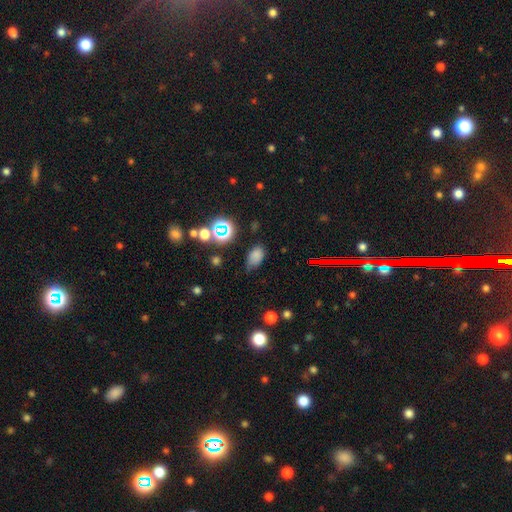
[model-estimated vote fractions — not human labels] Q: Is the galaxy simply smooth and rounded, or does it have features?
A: smooth — 71%.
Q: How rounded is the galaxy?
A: in between — 84%.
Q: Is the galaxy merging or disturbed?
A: none — 53%.